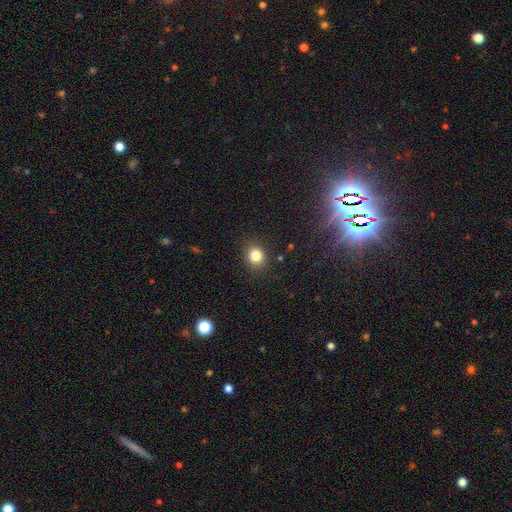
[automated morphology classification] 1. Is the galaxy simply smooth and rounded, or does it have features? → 83% smooth, 12% star or artifact, 5% featured or disk.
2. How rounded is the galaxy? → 77% round, 22% in between, 1% cigar-shaped.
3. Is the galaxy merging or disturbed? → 88% none, 8% minor disturbance, 2% major disturbance, 1% merger.